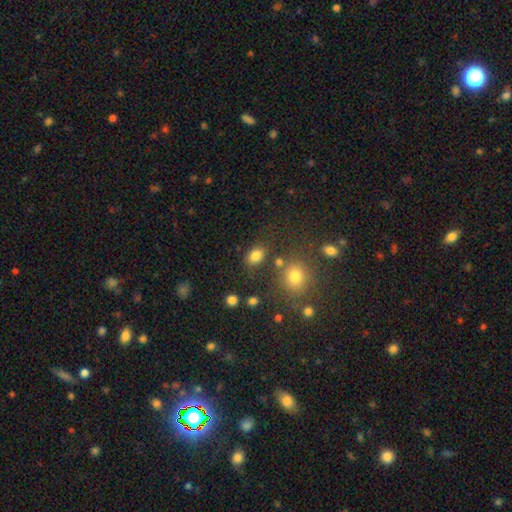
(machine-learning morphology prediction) smooth-or-featured: smooth: 81% | star or artifact: 12% | featured or disk: 7%
  how-rounded: in between: 75% | round: 24% | cigar-shaped: 1%
  merging: none: 76% | minor disturbance: 12% | merger: 7% | major disturbance: 4%